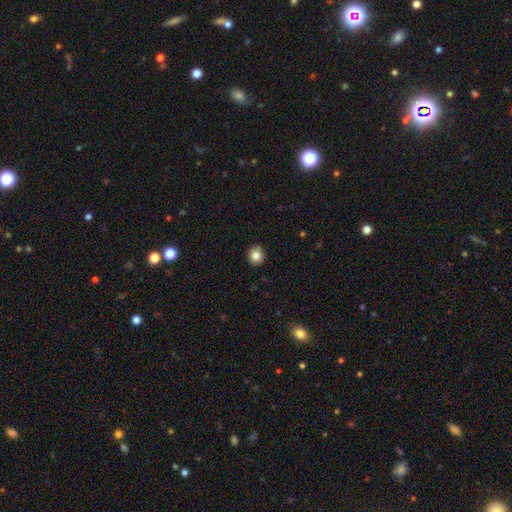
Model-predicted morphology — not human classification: Smooth or featured? smooth (84%)
How rounded? round (77%)
Merging? none (90%)